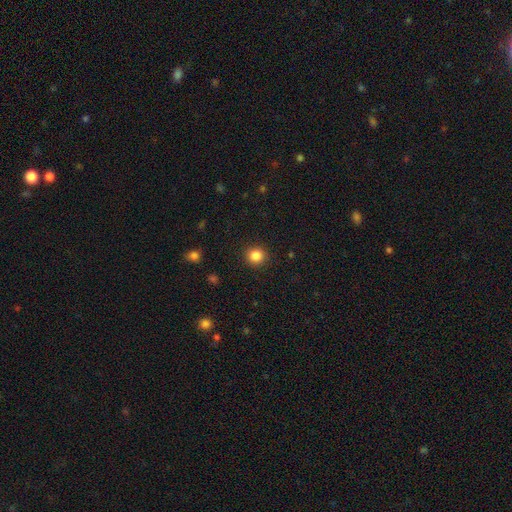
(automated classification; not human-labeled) Smooth or featured: smooth — 85% (star or artifact — 11%)
How rounded: round — 91% (in between — 8%)
Merging: none — 91% (minor disturbance — 5%)